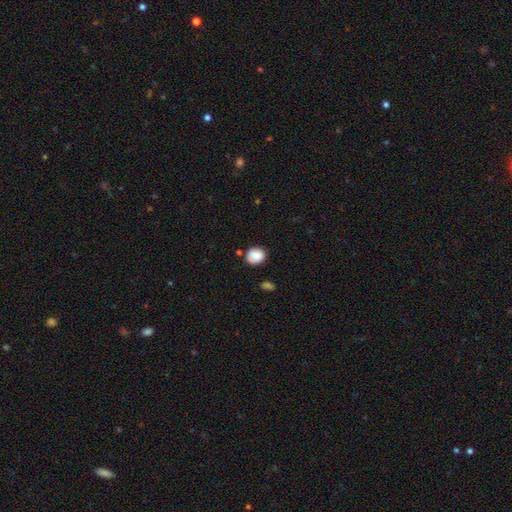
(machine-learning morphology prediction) Smooth or featured? smooth (82%)
How rounded? round (69%)
Merging? none (70%)